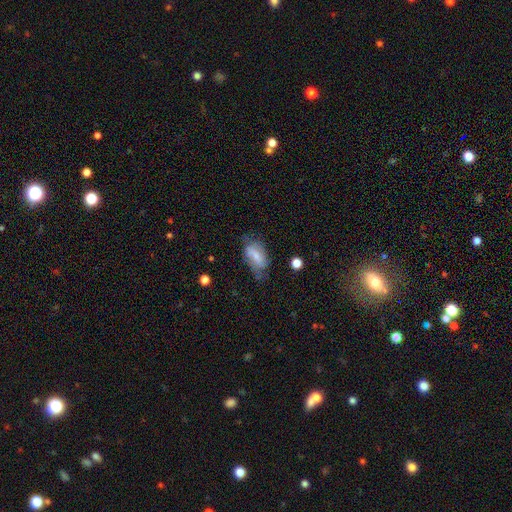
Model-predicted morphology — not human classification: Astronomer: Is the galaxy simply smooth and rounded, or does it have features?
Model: smooth — 49% (runner-up: featured or disk, 43%).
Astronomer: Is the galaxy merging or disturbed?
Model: none — 50% (runner-up: minor disturbance, 32%).